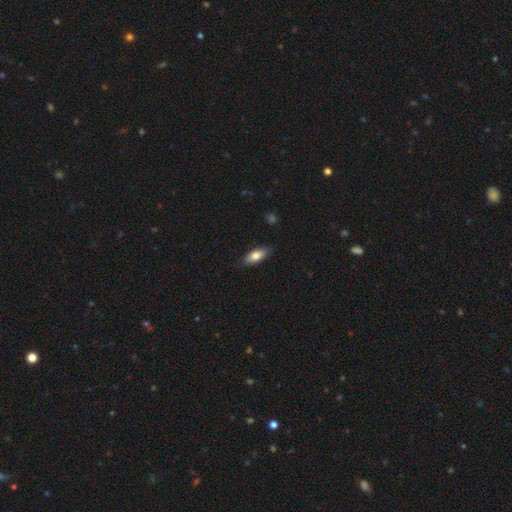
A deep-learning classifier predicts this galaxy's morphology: The model was most divided on "how rounded": in between: 81%, cigar-shaped: 16%, round: 2%. More confident: merging — none (85%); smooth or featured — smooth (80%).